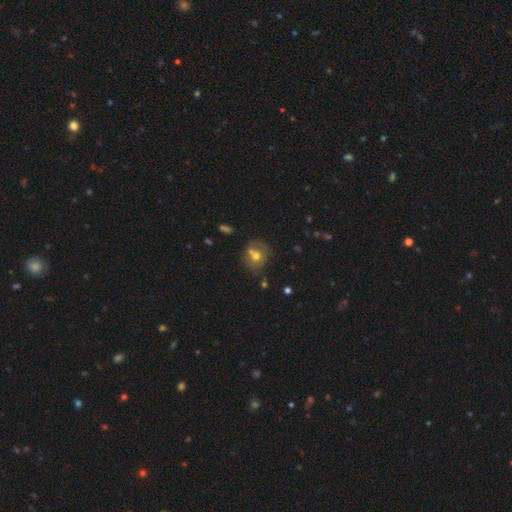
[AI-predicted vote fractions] Smooth or featured: smooth — 57% (featured or disk — 32%)
How rounded: round — 73% (in between — 26%)
Merging: none — 49% (merger — 25%)